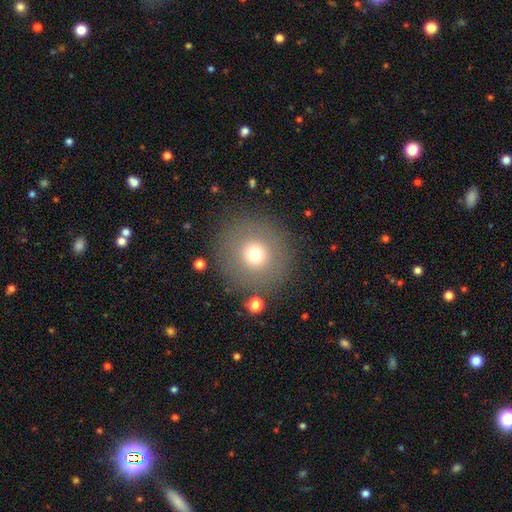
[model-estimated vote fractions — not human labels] Smooth or featured?
  - smooth: 70% *
  - featured or disk: 15%
  - star or artifact: 15%
How rounded?
  - round: 95% *
  - in between: 4%
  - cigar-shaped: 1%
Merging?
  - none: 87% *
  - minor disturbance: 7%
  - major disturbance: 4%
  - merger: 2%